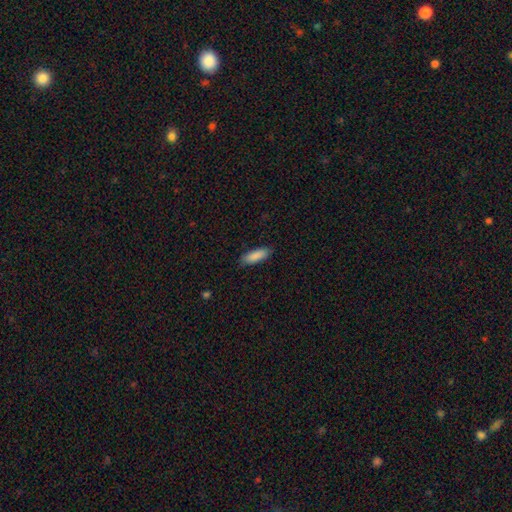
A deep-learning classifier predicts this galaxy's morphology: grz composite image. It shows a smooth galaxy with no disk features (89%) that is in between round and cigar-shaped (58%). Merging: none (86%).